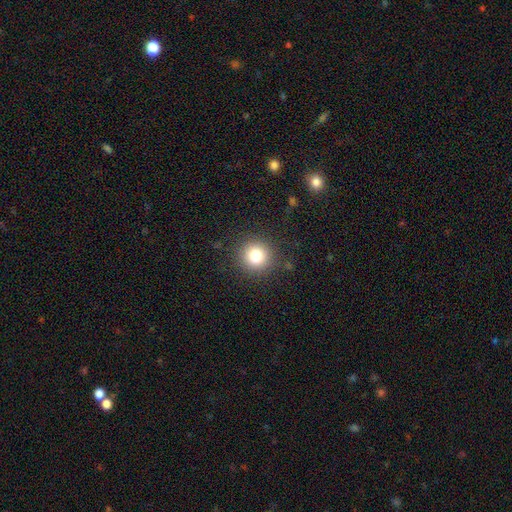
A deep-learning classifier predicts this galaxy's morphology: smooth 79%, star or artifact 12%, featured or disk 9%. Down the decision tree: how rounded — round (94%); merging — none (88%).